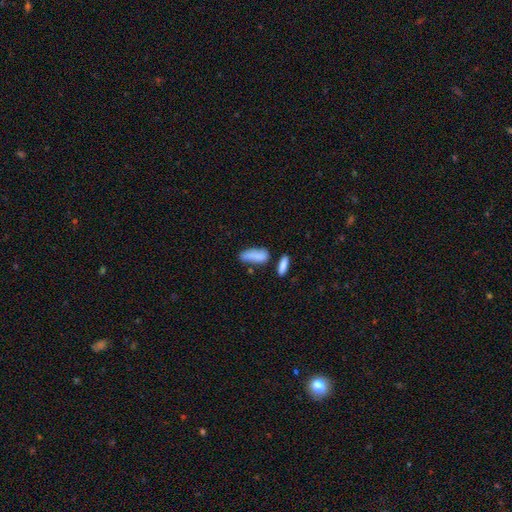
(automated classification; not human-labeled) Smooth or featured?
  - smooth: 83% *
  - featured or disk: 9%
  - star or artifact: 7%
How rounded?
  - in between: 68% *
  - cigar-shaped: 29%
  - round: 3%
Merging?
  - none: 54% *
  - minor disturbance: 24%
  - merger: 15%
  - major disturbance: 7%